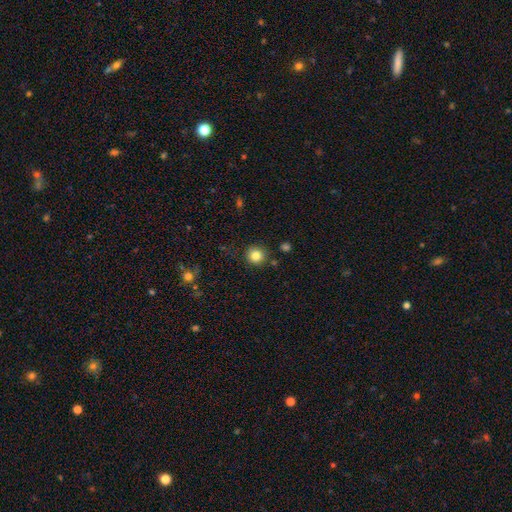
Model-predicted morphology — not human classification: A smooth galaxy with no disk features (84%) that is round (93%).

Vote fractions:
- Smooth or featured? smooth: 84% / star or artifact: 11% / featured or disk: 5%
- How rounded? round: 93% / in between: 7% / cigar-shaped: 1%
- Merging? none: 87% / minor disturbance: 8% / merger: 3% / major disturbance: 3%